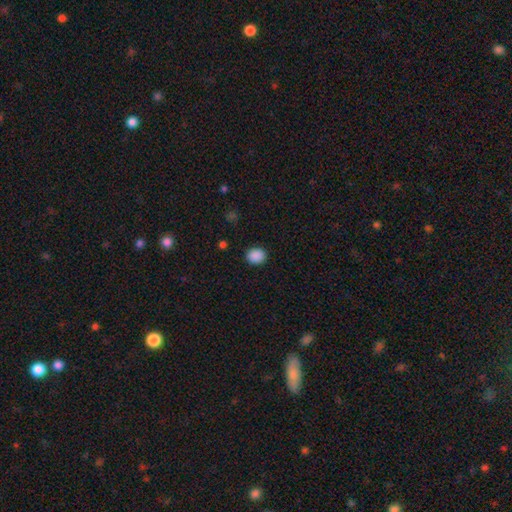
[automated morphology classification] smooth-or-featured: smooth: 89% | star or artifact: 9% | featured or disk: 2%
  how-rounded: round: 66% | in between: 34% | cigar-shaped: 1%
  merging: none: 89% | minor disturbance: 7% | major disturbance: 2% | merger: 1%